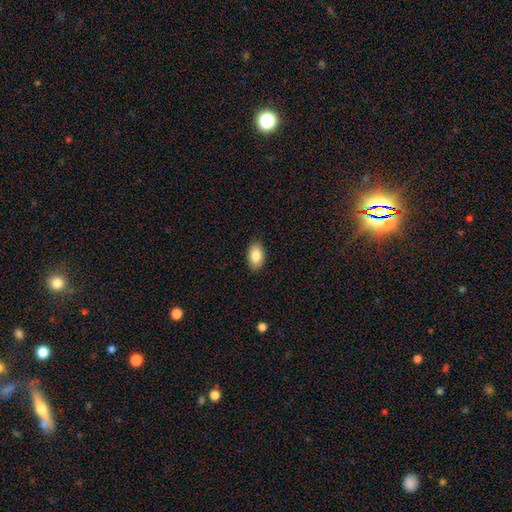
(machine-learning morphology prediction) Smooth or featured? Predicted: smooth (p=0.85). How rounded? Predicted: in between (p=0.91). Merging? Predicted: none (p=0.89).